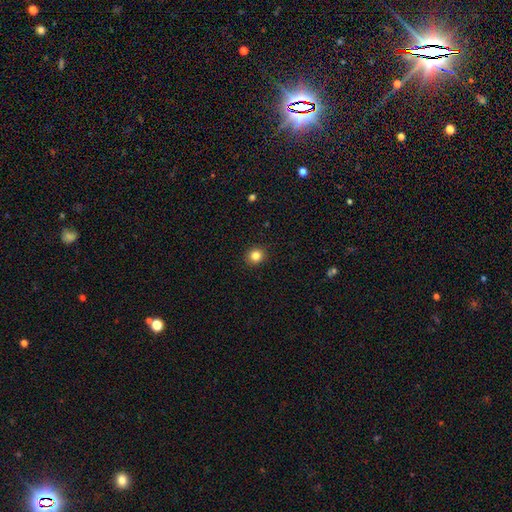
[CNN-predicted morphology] Smooth or featured: smooth — 84% (star or artifact — 11%)
How rounded: round — 86% (in between — 13%)
Merging: none — 92% (minor disturbance — 5%)